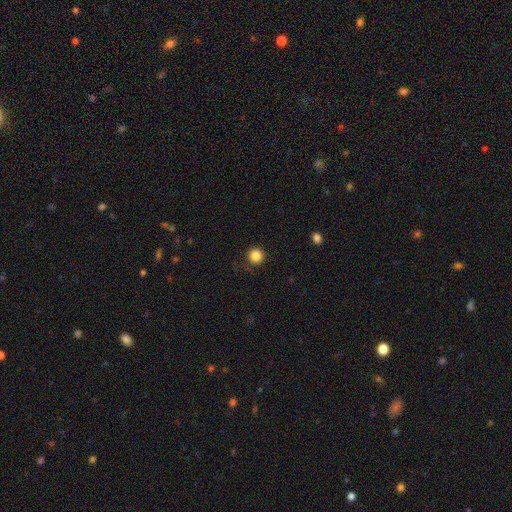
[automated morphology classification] smooth 85%, star or artifact 11%, featured or disk 4%. Down the decision tree: how rounded — round (95%); merging — none (85%).